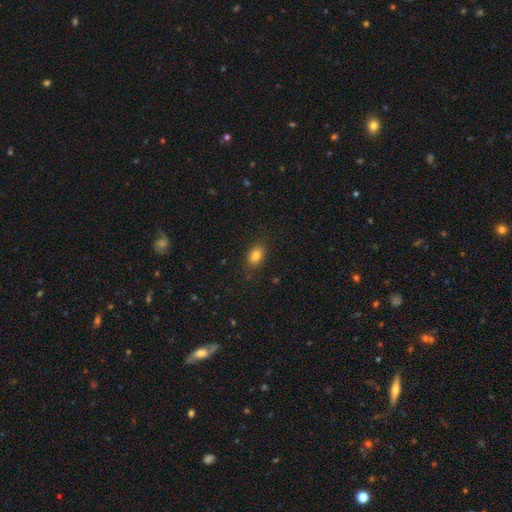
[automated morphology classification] This is clearly a smooth galaxy (83%). How rounded: clearly in between (85%). Merging: clearly none (84%).